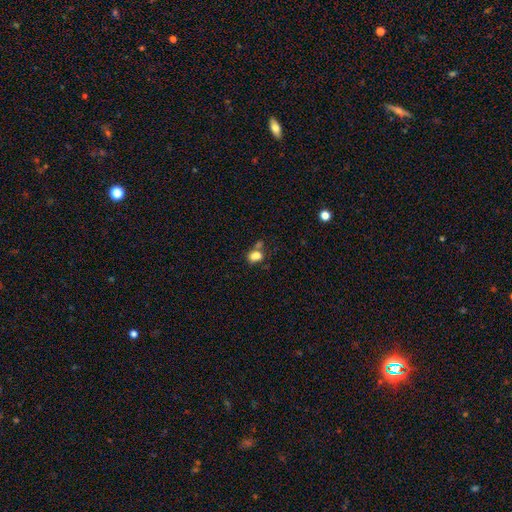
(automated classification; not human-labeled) Smooth or featured?
  - smooth: 78% *
  - star or artifact: 13%
  - featured or disk: 9%
How rounded?
  - in between: 65% *
  - round: 33%
  - cigar-shaped: 2%
Merging?
  - none: 43% *
  - merger: 35%
  - minor disturbance: 15%
  - major disturbance: 8%